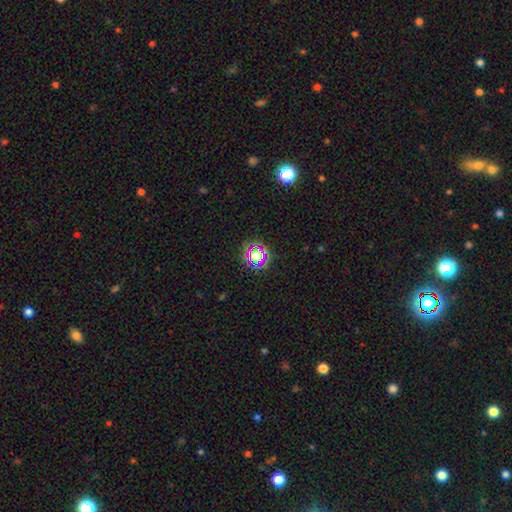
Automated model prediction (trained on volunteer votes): Smooth or featured? star or artifact (60%)